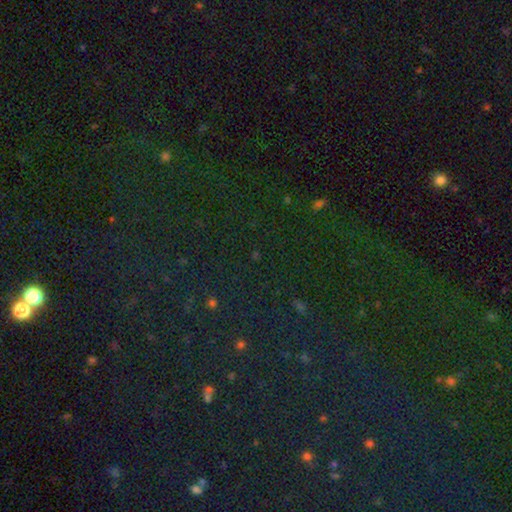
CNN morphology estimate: smooth-or-featured: star or artifact: 77% | smooth: 16% | featured or disk: 8%